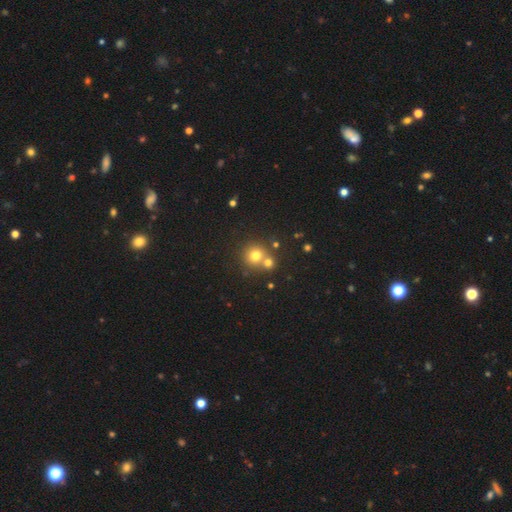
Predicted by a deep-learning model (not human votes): A smooth galaxy with no disk features (73%) that is round (89%).

Vote fractions:
- Smooth or featured? smooth: 73% / star or artifact: 15% / featured or disk: 11%
- How rounded? round: 89% / in between: 10% / cigar-shaped: 1%
- Merging? none: 55% / merger: 35% / minor disturbance: 7% / major disturbance: 3%